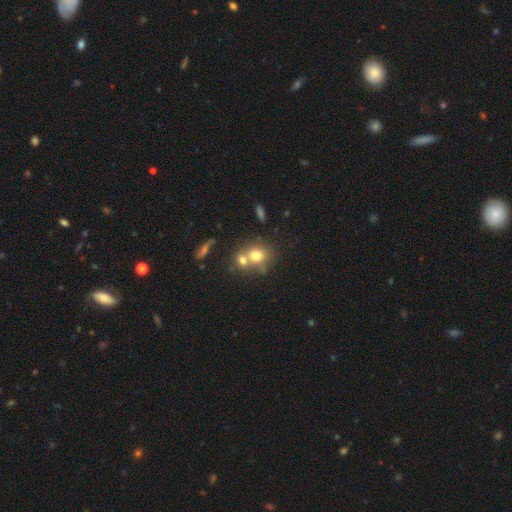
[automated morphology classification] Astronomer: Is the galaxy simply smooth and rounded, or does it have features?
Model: smooth — 72%.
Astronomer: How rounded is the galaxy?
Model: round — 68%.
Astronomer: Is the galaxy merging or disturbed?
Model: merger — 51% (runner-up: none, 37%).